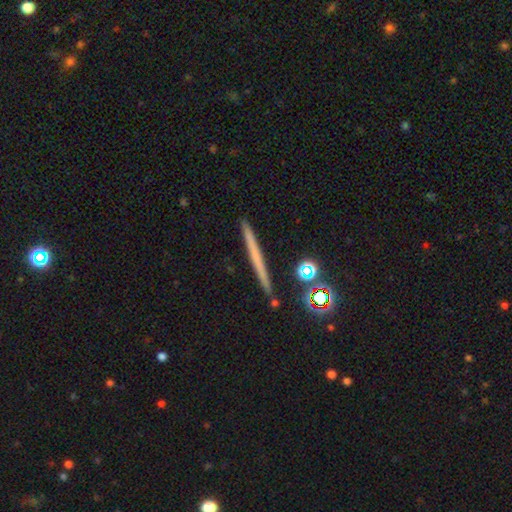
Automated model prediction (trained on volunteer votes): smooth-or-featured: featured or disk: 46% | smooth: 43% | star or artifact: 11%
  merging: none: 90% | minor disturbance: 6% | merger: 2% | major disturbance: 1%